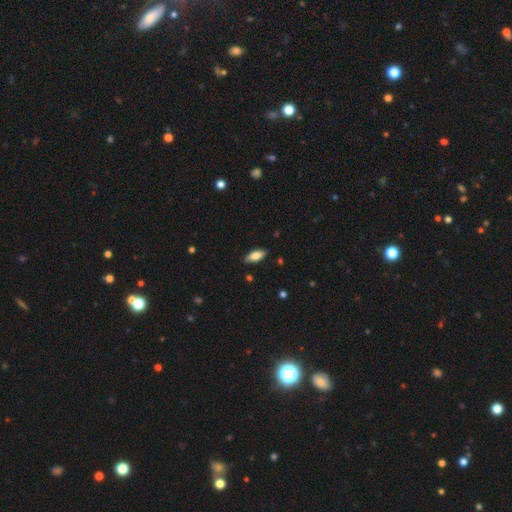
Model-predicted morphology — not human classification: Smooth or featured? smooth (80%)
How rounded? in between (84%)
Merging? none (85%)